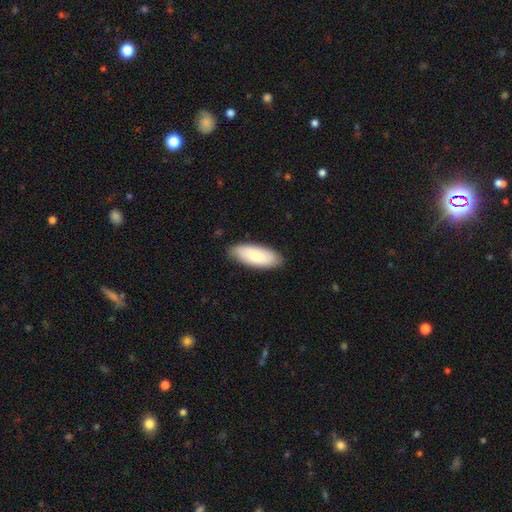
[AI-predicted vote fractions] Smooth or featured: smooth — 76% (featured or disk — 19%)
How rounded: in between — 80% (cigar-shaped — 19%)
Merging: none — 86% (minor disturbance — 11%)